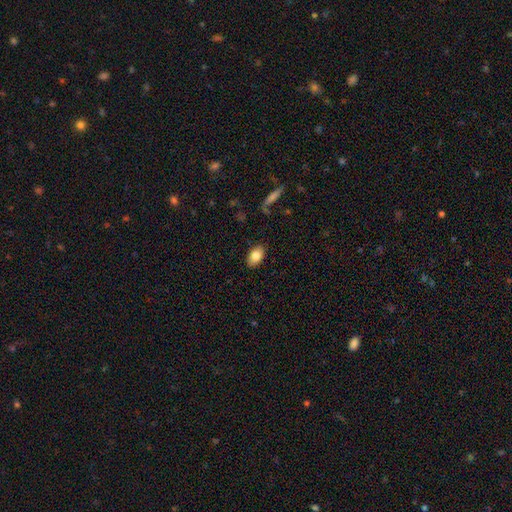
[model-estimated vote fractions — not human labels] Q: Smooth or featured?
A: smooth (82%); runner-up: featured or disk (11%)
Q: How rounded?
A: in between (91%); runner-up: round (7%)
Q: Merging?
A: none (87%); runner-up: minor disturbance (9%)